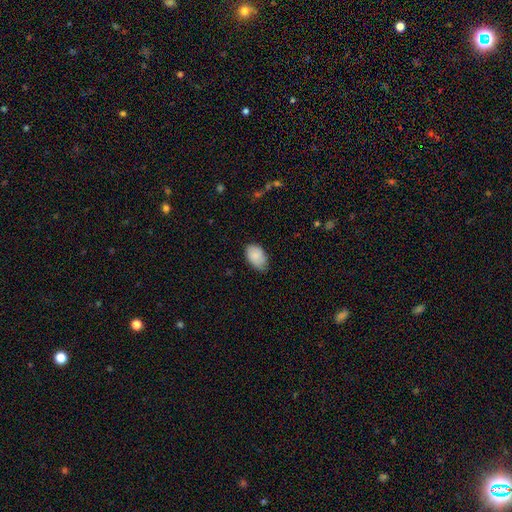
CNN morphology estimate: Smooth or featured?
  - smooth: 86% *
  - featured or disk: 8%
  - star or artifact: 7%
How rounded?
  - in between: 91% *
  - round: 8%
  - cigar-shaped: 1%
Merging?
  - none: 64% *
  - minor disturbance: 30%
  - major disturbance: 5%
  - merger: 1%